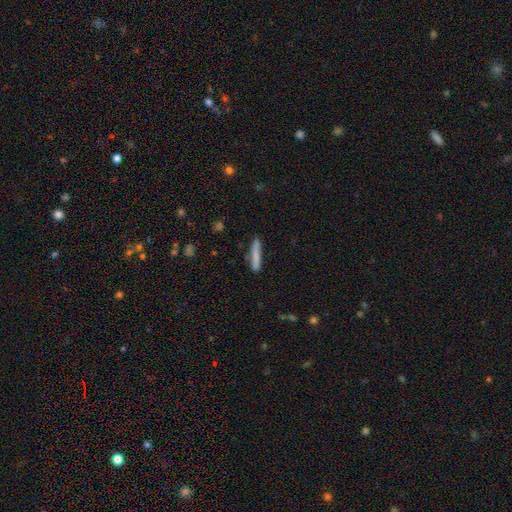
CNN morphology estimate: smooth-or-featured: smooth: 80% | featured or disk: 14% | star or artifact: 6%
  how-rounded: cigar-shaped: 92% | in between: 6% | round: 1%
  merging: none: 83% | minor disturbance: 12% | merger: 2% | major disturbance: 2%